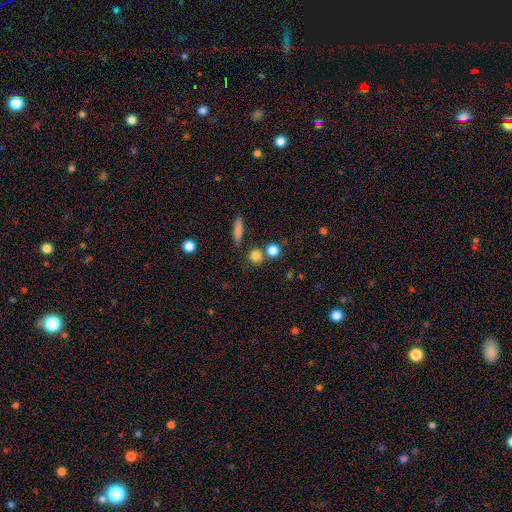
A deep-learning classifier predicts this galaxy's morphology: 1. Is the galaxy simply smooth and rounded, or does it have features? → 81% smooth, 12% star or artifact, 7% featured or disk.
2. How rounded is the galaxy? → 84% round, 12% in between, 4% cigar-shaped.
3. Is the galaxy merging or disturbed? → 67% none, 21% merger, 9% minor disturbance, 4% major disturbance.